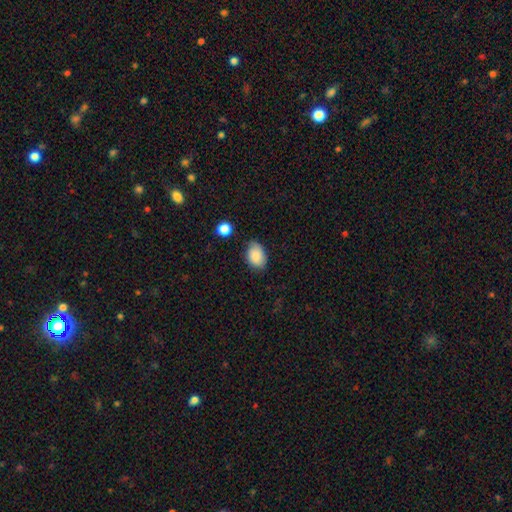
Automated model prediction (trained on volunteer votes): smooth 86%, star or artifact 8%, featured or disk 7%. Down the decision tree: how rounded — in between (80%); merging — none (70%).